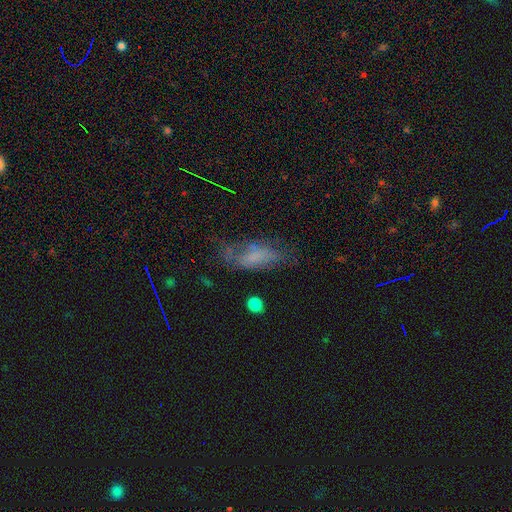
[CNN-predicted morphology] Smooth or featured: smooth — 51% (featured or disk — 34%)
How rounded: in between — 75% (cigar-shaped — 22%)
Merging: none — 40% (major disturbance — 28%)